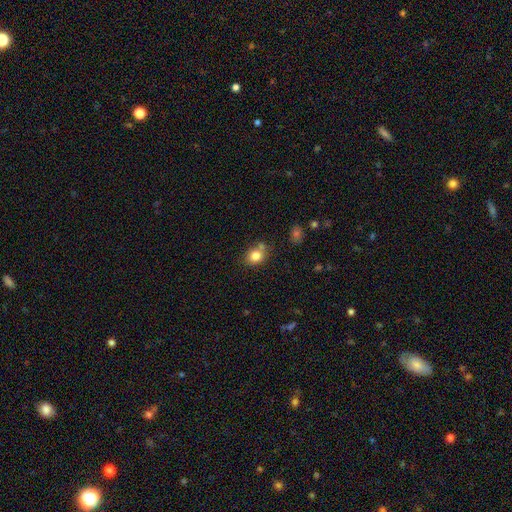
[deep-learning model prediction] A smooth galaxy with no disk features (82%) that is round (63%). Merging: none (63%).